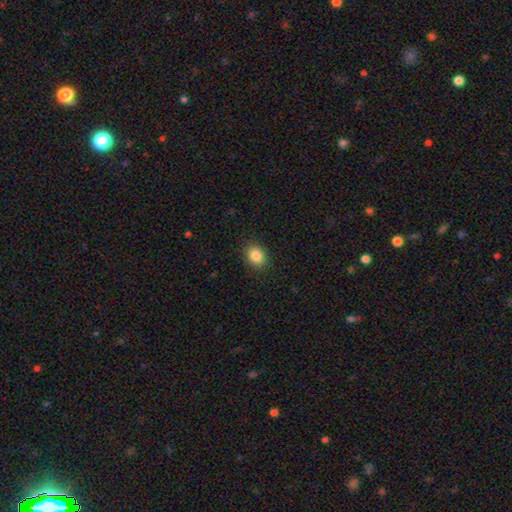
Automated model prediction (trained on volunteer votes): This appears to be a smooth galaxy with no disk features (86%) that is round (50%). Merging: none (89%).